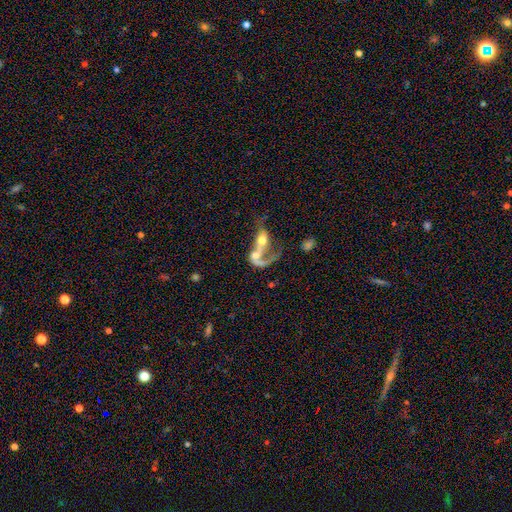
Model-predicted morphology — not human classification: smooth-or-featured: featured or disk: 58% | smooth: 32% | star or artifact: 10%
  disk-edge-on: no: 91% | yes: 9%
    bar: no: 69% | weak: 22% | strong: 9%
    has-spiral-arms: yes: 55% | no: 45%
    bulge-size: moderate: 50% | large: 20% | small: 17% | none: 10% | dominant: 4%
  merging: merger: 69% | major disturbance: 16% | none: 10% | minor disturbance: 5%